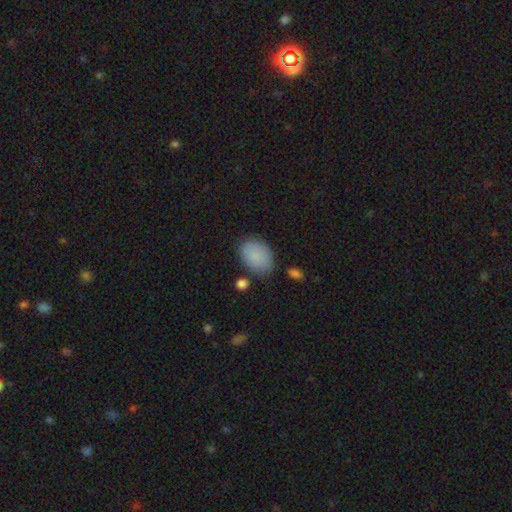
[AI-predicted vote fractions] Smooth or featured? Predicted: smooth (p=0.87). How rounded? Predicted: in between (p=0.85). Merging? Predicted: none (p=0.77).